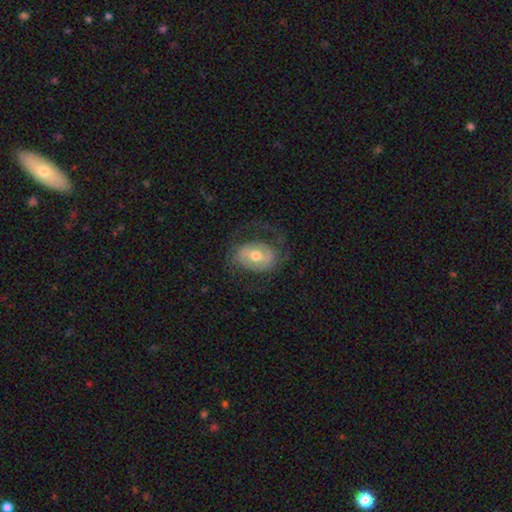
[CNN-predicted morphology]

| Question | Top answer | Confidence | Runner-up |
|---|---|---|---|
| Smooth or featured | featured or disk | 65% | smooth (29%) |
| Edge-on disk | no | 95% | yes (5%) |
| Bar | no | 40% | tied: weak (40%) |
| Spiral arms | yes | 73% | no (27%) |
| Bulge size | moderate | 71% | small (20%) |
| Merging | none | 58% | major disturbance (23%) |